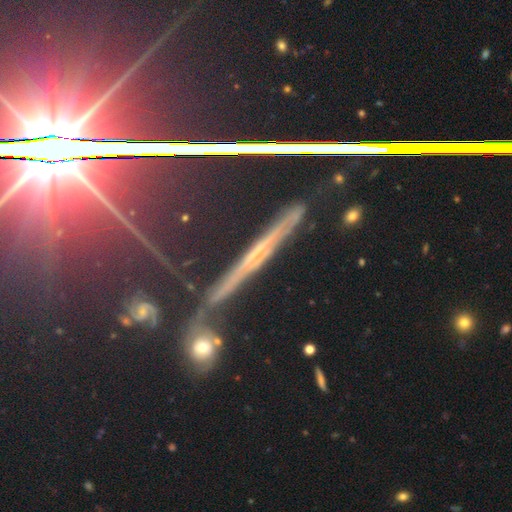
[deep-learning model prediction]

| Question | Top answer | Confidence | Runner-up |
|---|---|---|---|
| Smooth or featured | featured or disk | 49% | star or artifact (35%) |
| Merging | none | 84% | minor disturbance (9%) |